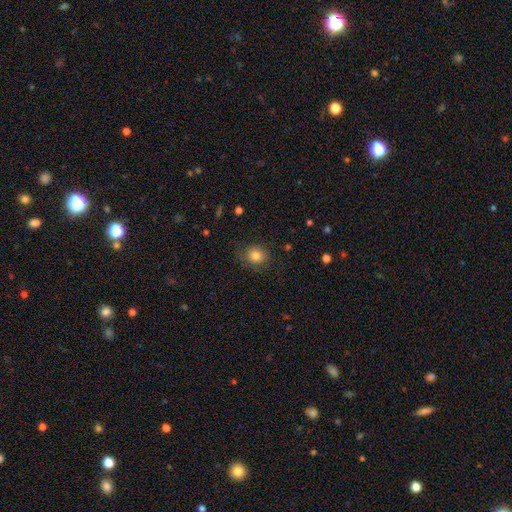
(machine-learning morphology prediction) type=smooth (82%); roundness=round (64%); merging=none (77%).